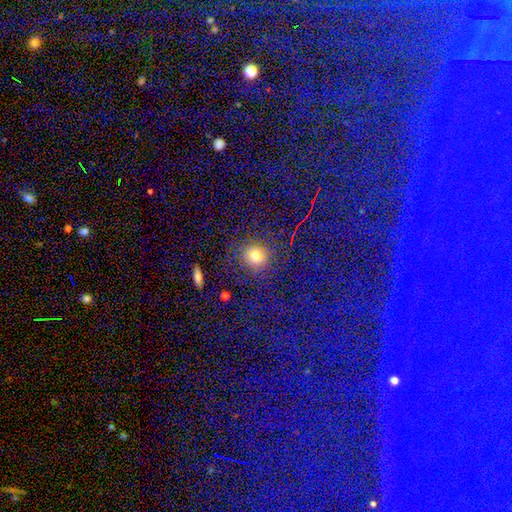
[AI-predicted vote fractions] Smooth or featured: smooth — 70% (star or artifact — 20%)
How rounded: round — 87% (in between — 12%)
Merging: none — 81% (minor disturbance — 11%)